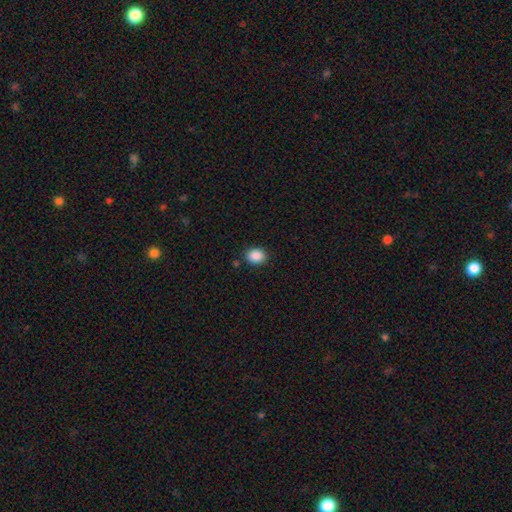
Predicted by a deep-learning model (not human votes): The model was most divided on "how rounded": in between: 53%, round: 46%, cigar-shaped: 1%. More confident: smooth or featured — smooth (88%); merging — none (86%).